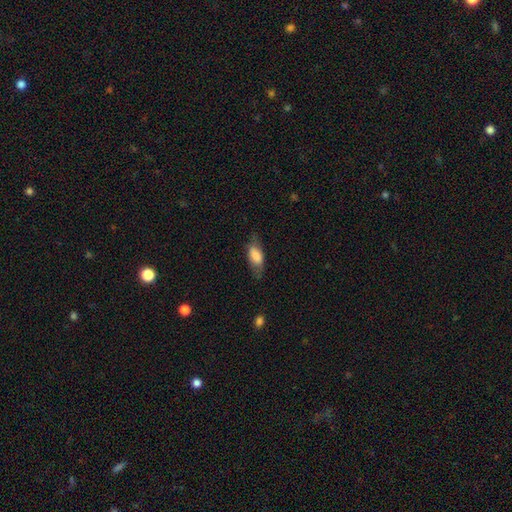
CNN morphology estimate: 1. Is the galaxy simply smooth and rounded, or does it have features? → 73% smooth, 20% featured or disk, 7% star or artifact.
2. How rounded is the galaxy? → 80% in between, 16% cigar-shaped, 3% round.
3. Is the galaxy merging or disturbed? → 64% none, 24% minor disturbance, 10% major disturbance, 2% merger.